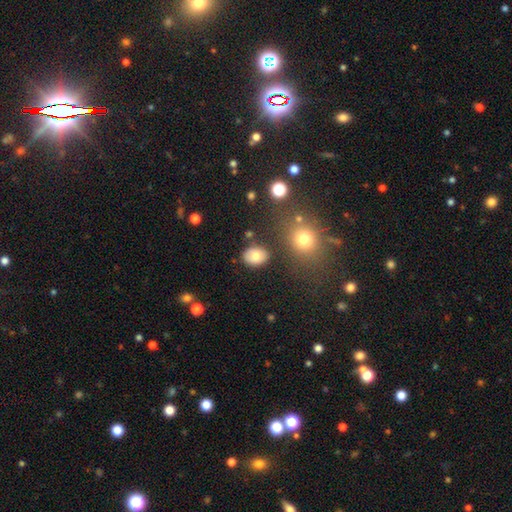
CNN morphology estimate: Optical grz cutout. It shows a smooth galaxy with no disk features (77%) that is in between round and cigar-shaped (62%). Merging: none (82%).